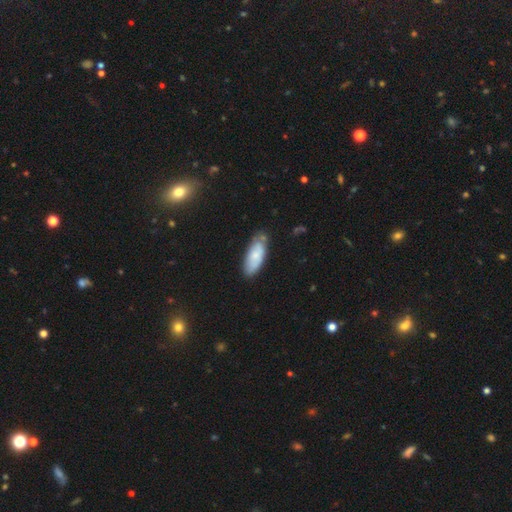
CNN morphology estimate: Smooth or featured? smooth (71%)
How rounded? in between (76%)
Merging? none (64%)